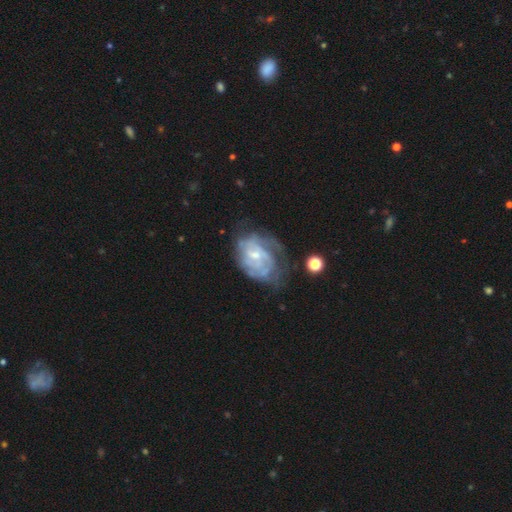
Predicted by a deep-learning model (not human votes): Smooth or featured: featured or disk — 78% (smooth — 15%)
Edge-on disk: no — 97% (yes — 3%)
Bar: no — 57% (weak — 37%)
Spiral arms: yes — 83% (no — 17%)
Spiral winding: tight — 57% (medium — 33%)
Spiral arm count: can't tell — 52% (2 — 19%)
Bulge size: small — 55% (moderate — 37%)
Merging: none — 47% (minor disturbance — 28%)